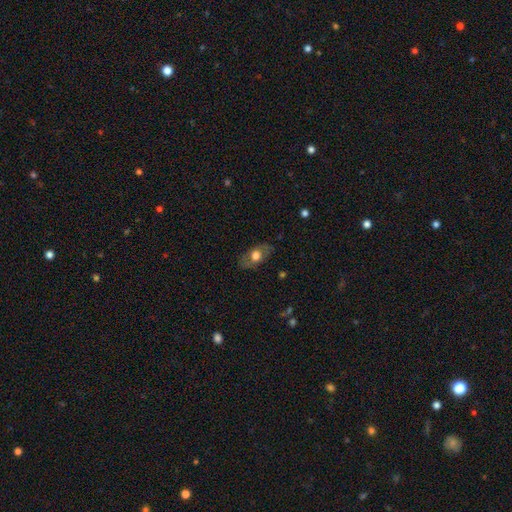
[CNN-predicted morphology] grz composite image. It shows a smooth galaxy with no disk features (56%) that is in between round and cigar-shaped (84%). Merging: none (79%).